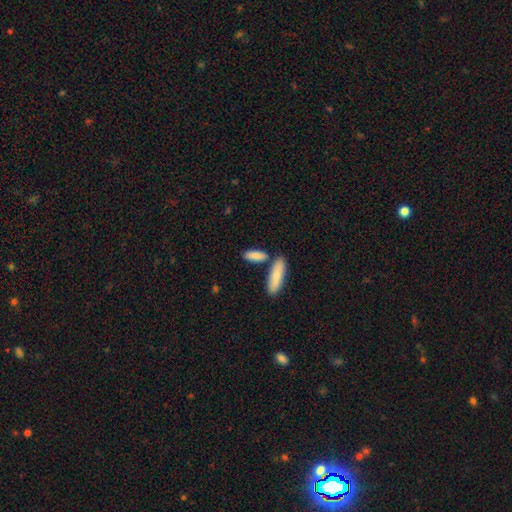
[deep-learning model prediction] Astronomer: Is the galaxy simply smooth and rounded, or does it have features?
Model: smooth — 85%.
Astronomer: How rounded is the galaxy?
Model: in between — 56% (runner-up: cigar-shaped, 42%).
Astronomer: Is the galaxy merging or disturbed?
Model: none — 67%.